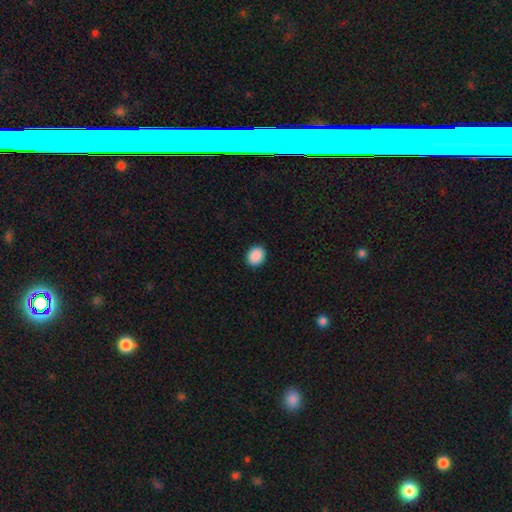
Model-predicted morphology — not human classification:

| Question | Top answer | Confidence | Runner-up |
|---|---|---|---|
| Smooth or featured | smooth | 90% | star or artifact (8%) |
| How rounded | round | 53% | in between (46%) |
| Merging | none | 91% | minor disturbance (7%) |